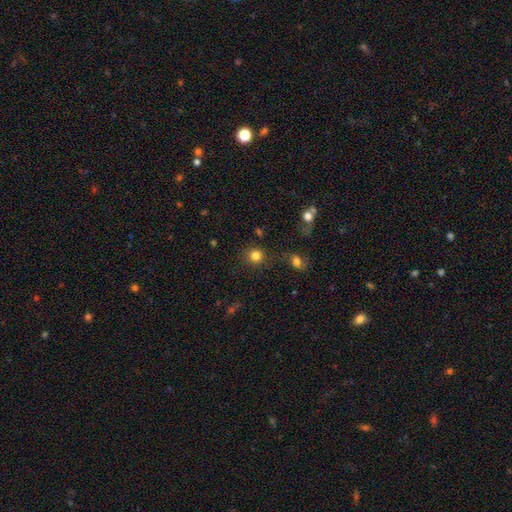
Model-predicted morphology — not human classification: A smooth galaxy with no disk features (82%) that is round (92%). Merging: none (82%).